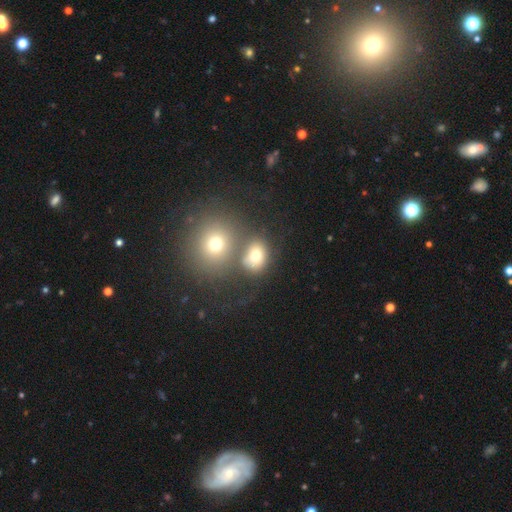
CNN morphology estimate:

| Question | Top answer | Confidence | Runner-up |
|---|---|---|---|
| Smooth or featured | smooth | 71% | star or artifact (15%) |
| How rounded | round | 59% | in between (40%) |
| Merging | none | 49% | merger (32%) |